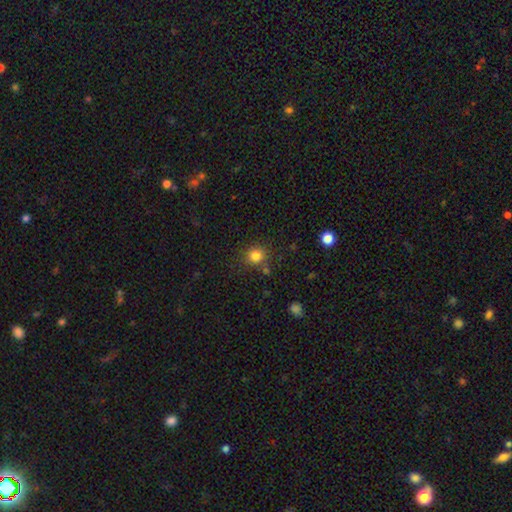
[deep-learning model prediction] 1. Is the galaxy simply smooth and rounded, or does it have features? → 82% smooth, 13% star or artifact, 5% featured or disk.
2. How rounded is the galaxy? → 89% round, 10% in between, 1% cigar-shaped.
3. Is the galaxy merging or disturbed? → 80% none, 10% minor disturbance, 6% merger, 4% major disturbance.